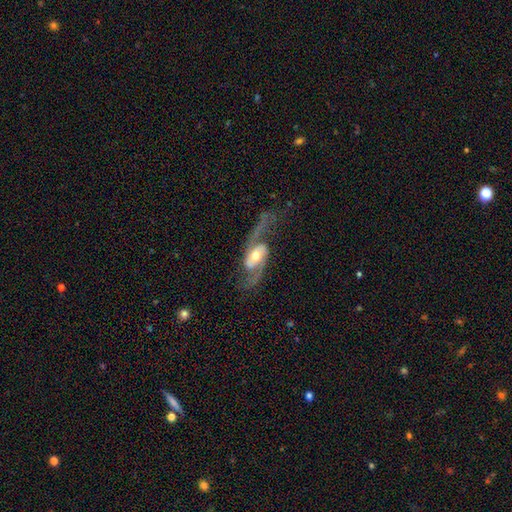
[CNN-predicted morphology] smooth_or_featured: featured or disk (p=0.90) [alt: smooth p=0.05]
disk_edge_on: no (p=0.95) [alt: yes p=0.05]
bar: no (p=0.40) [alt: weak p=0.38]
has_spiral_arms: yes (p=0.96) [alt: no p=0.04]
spiral_winding: loose (p=0.52) [alt: medium p=0.38]
spiral_arm_count: 2 (p=0.93) [alt: 1 p=0.02]
bulge_size: moderate (p=0.72) [alt: small p=0.15]
merging: none (p=0.67) [alt: major disturbance p=0.16]